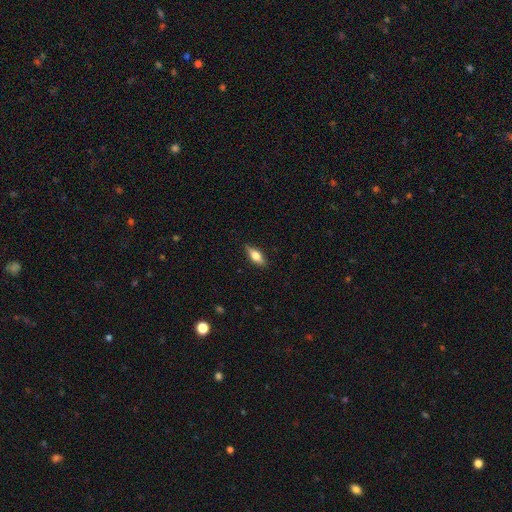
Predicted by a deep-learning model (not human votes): Overall: smooth (56%; featured or disk 37%). How rounded: in between (66%; cigar-shaped 31%). Merging: none (86%).